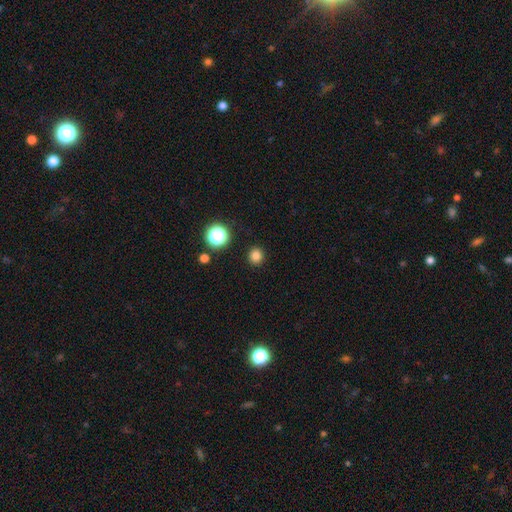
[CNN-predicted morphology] This is clearly a smooth galaxy (81%). How rounded: clearly round (90%). Merging: clearly none (91%).